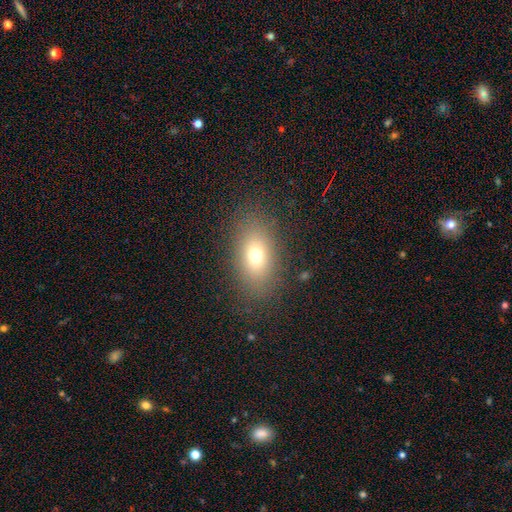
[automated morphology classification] The model was most divided on "smooth or featured": smooth: 72%, featured or disk: 15%, star or artifact: 14%. More confident: merging — none (84%); how rounded — in between (82%).